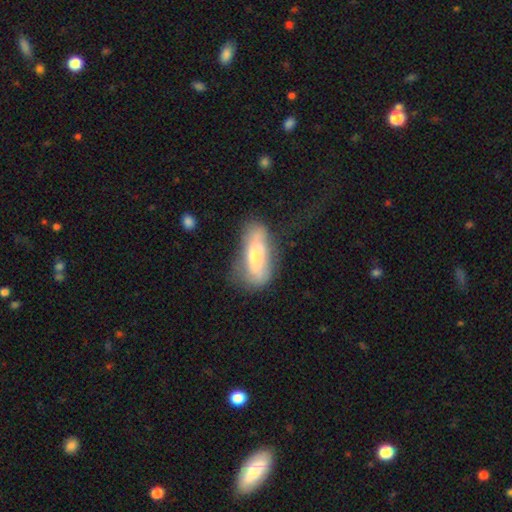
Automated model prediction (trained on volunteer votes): Smooth or featured?
  - smooth: 62% *
  - featured or disk: 30%
  - star or artifact: 7%
How rounded?
  - in between: 72% *
  - cigar-shaped: 25%
  - round: 3%
Merging?
  - none: 51% *
  - minor disturbance: 28%
  - major disturbance: 17%
  - merger: 4%